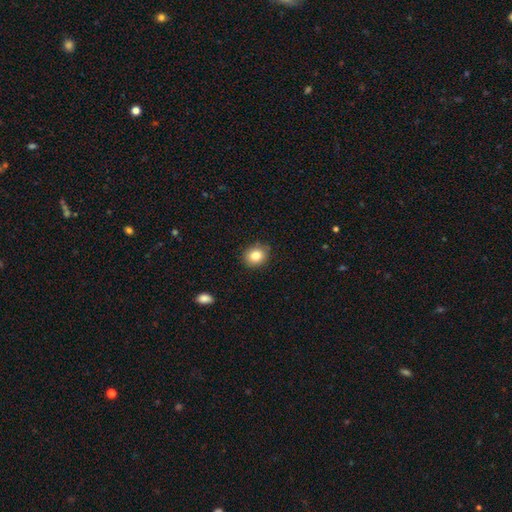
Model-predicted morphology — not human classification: Overall: smooth (82%). How rounded: round (69%; in between 30%). Merging: none (87%).